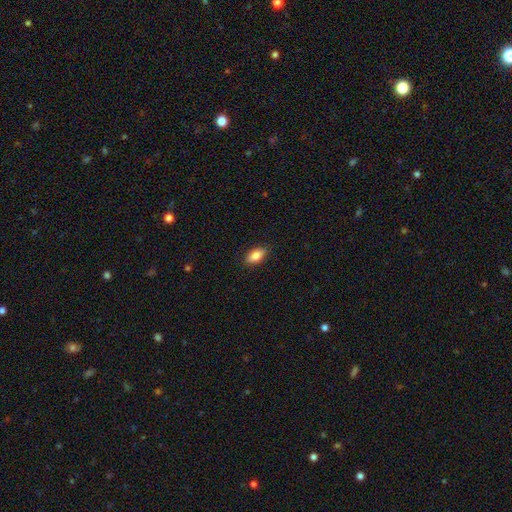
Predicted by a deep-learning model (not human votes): This is clearly a smooth galaxy (83%). How rounded: clearly in between (88%). Merging: clearly none (88%).